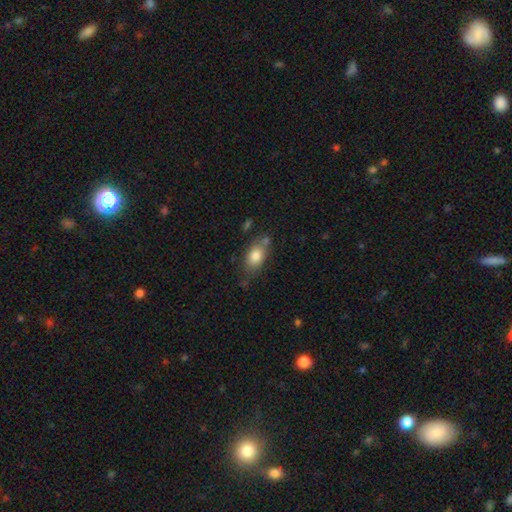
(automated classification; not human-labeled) The model was most divided on "merging": none: 63%, minor disturbance: 21%, merger: 11%, major disturbance: 6%. More confident: how rounded — in between (85%); smooth or featured — smooth (81%).